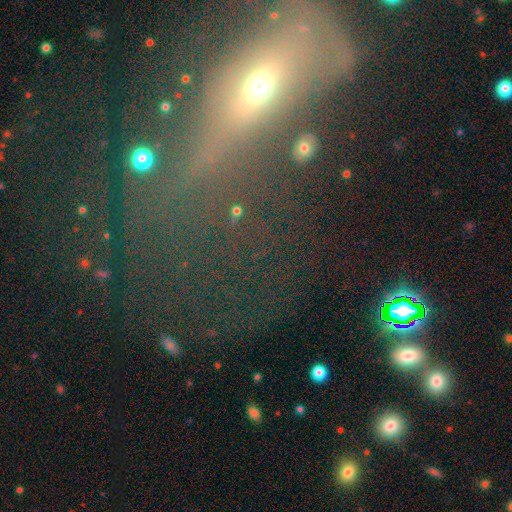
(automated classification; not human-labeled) smooth 37%, star or artifact 33%, featured or disk 30%. Down the decision tree: merging — none (41%).